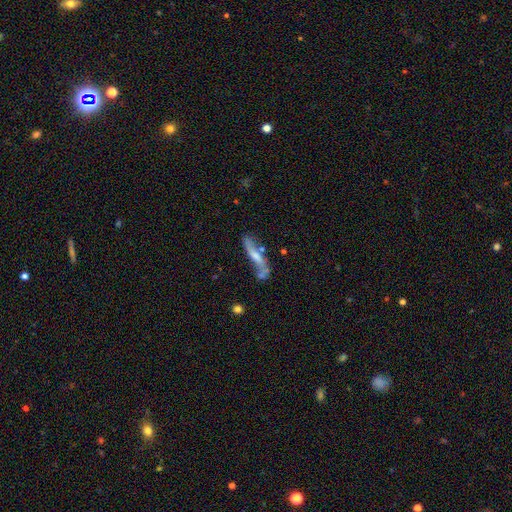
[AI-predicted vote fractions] Smooth or featured? Predicted: featured or disk (p=0.57). Edge-on disk? Predicted: no (p=0.62). Merging? Predicted: none (p=0.44).